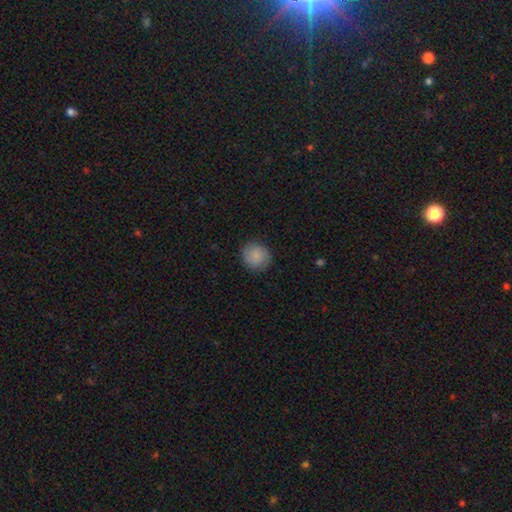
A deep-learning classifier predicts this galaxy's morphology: smooth-or-featured: smooth: 86% | featured or disk: 7% | star or artifact: 7%
  how-rounded: round: 86% | in between: 13% | cigar-shaped: 1%
  merging: none: 86% | minor disturbance: 10% | major disturbance: 3% | merger: 1%